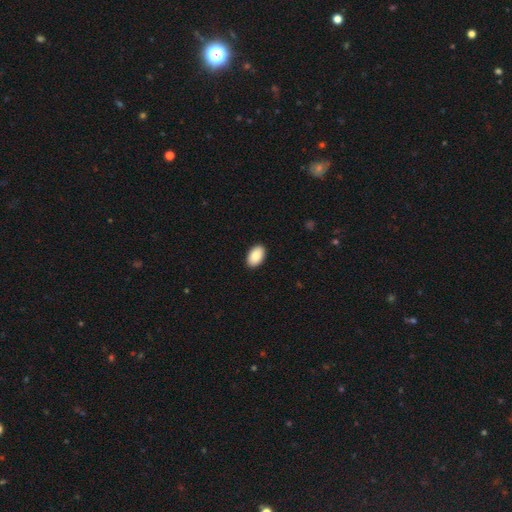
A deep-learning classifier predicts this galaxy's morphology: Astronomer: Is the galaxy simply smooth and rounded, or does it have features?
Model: smooth — 89%.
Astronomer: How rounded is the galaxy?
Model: in between — 94%.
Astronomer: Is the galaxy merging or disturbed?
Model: none — 91%.